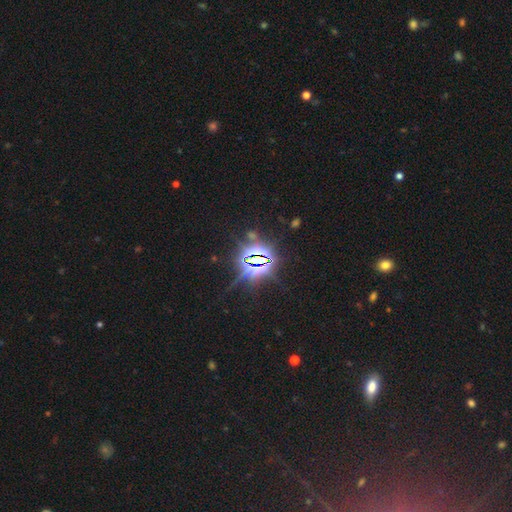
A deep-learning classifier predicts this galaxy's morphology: smooth-or-featured: star or artifact: 85% | smooth: 8% | featured or disk: 7%